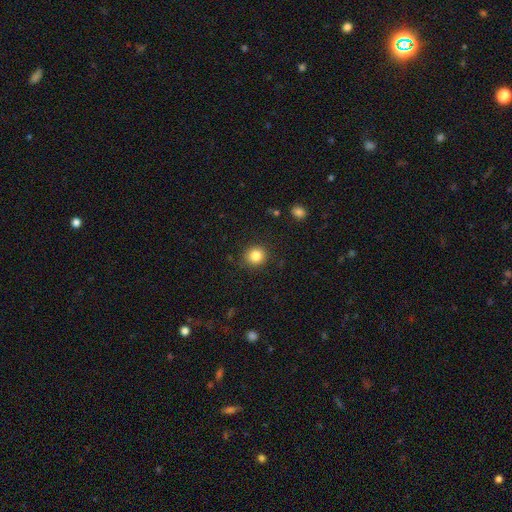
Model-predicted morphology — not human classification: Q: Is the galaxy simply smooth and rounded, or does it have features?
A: smooth — 84%.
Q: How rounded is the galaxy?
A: round — 88%.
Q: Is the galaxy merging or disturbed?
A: none — 89%.